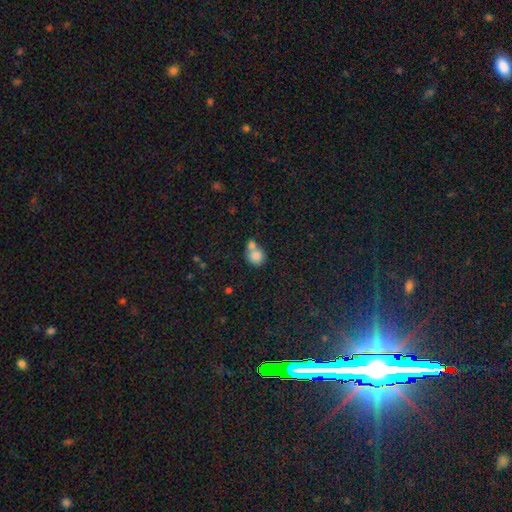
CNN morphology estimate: smooth 81%, featured or disk 10%, star or artifact 9%. Down the decision tree: how rounded — round (83%); merging — merger (53%).